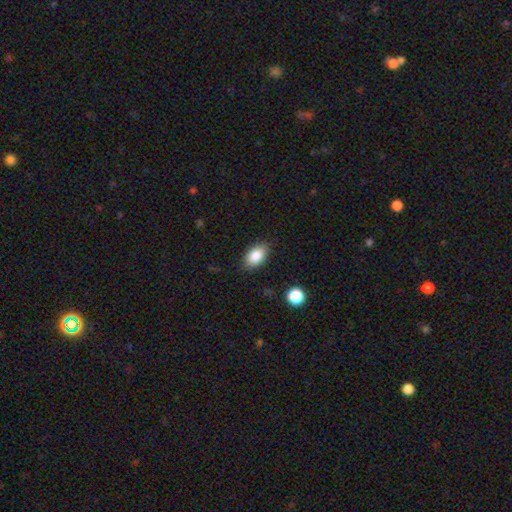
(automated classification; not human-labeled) Smooth or featured? Predicted: smooth (p=0.86). How rounded? Predicted: in between (p=0.91). Merging? Predicted: none (p=0.85).